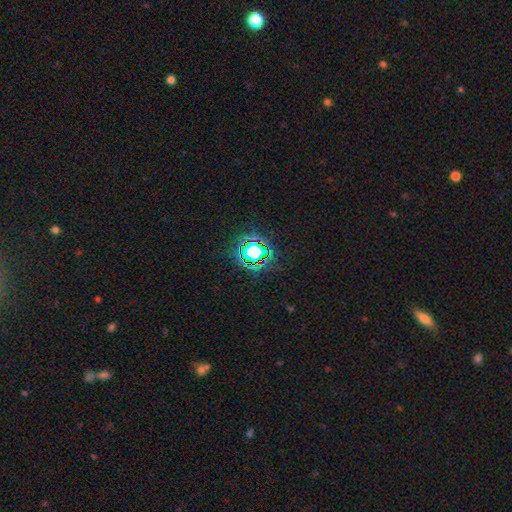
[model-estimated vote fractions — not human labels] Morphology: type=star or artifact (70%).